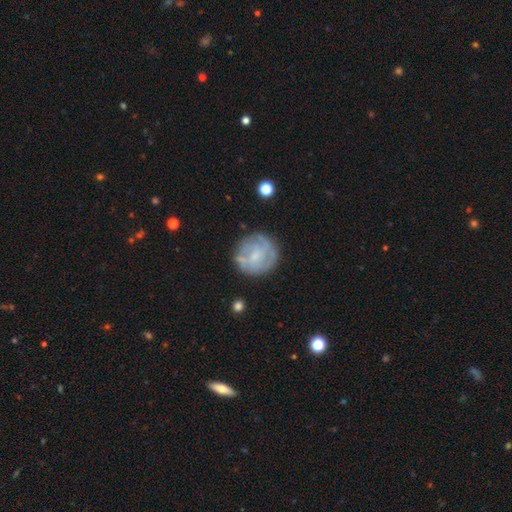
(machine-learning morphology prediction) Smooth or featured? featured or disk (66%)
Edge-on disk? no (98%)
Bar? no (62%)
Spiral arms? yes (74%)
Bulge size? small (58%)
Merging? none (74%)